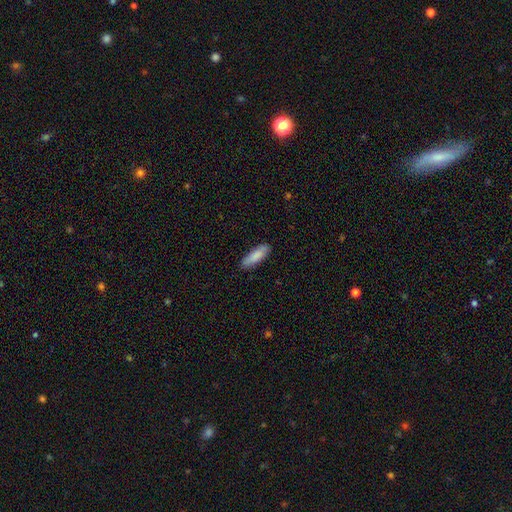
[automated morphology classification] type=smooth (86%); roundness=cigar-shaped (53%); merging=none (86%).